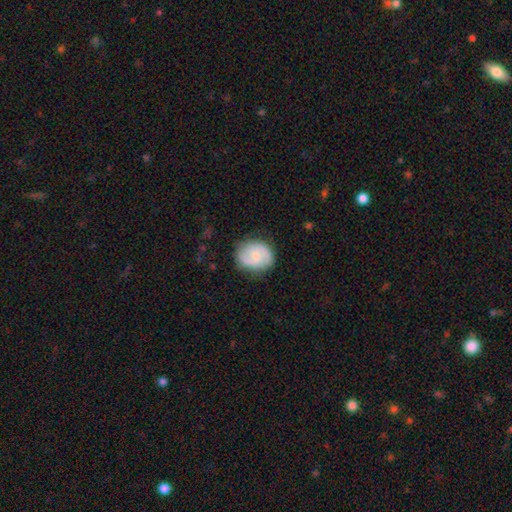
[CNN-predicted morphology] The model was most divided on "bar": no: 53%, weak: 41%, strong: 6%. Remaining: edge-on disk — no (98%); spiral arms — yes (92%); spiral arm count — 2 (86%); merging — none (80%); smooth or featured — featured or disk (67%); bulge size — small (59%); spiral winding — medium (49%).